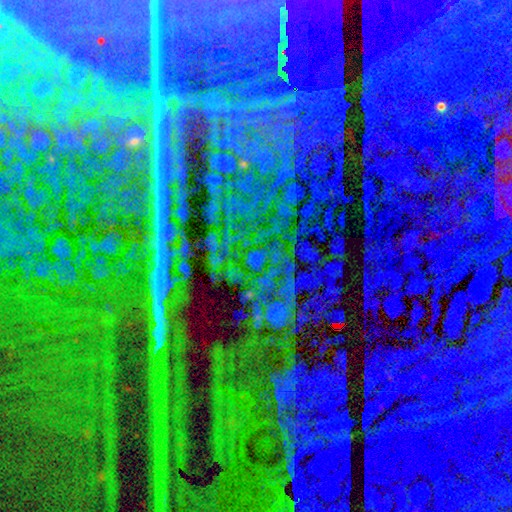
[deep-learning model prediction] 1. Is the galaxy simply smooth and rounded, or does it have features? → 87% star or artifact, 7% featured or disk, 6% smooth.